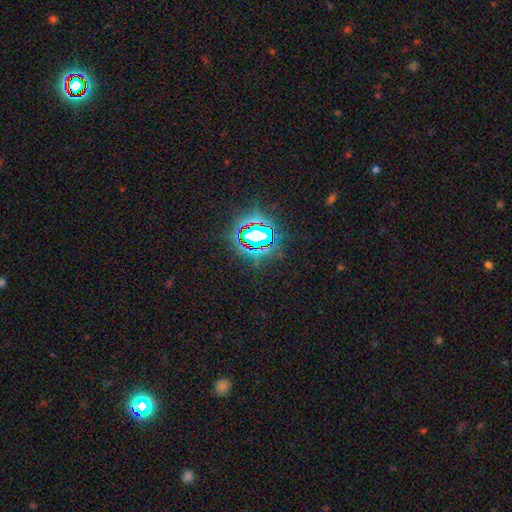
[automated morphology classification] A star or artifact, not a galaxy (81%).

Vote fractions:
- Smooth or featured? star or artifact: 81% / smooth: 12% / featured or disk: 8%